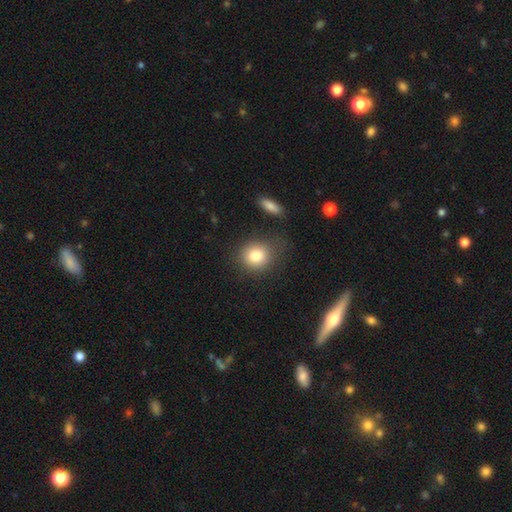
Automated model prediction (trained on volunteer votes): Q: Smooth or featured?
A: smooth (82%); runner-up: star or artifact (10%)
Q: How rounded?
A: round (77%); runner-up: in between (22%)
Q: Merging?
A: none (72%); runner-up: minor disturbance (16%)